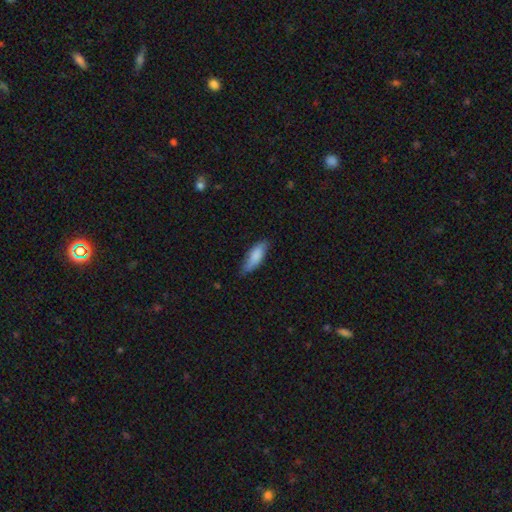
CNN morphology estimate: smooth-or-featured: smooth: 83% | featured or disk: 12% | star or artifact: 6%
  how-rounded: in between: 59% | cigar-shaped: 39% | round: 2%
  merging: none: 72% | minor disturbance: 23% | major disturbance: 3% | merger: 1%